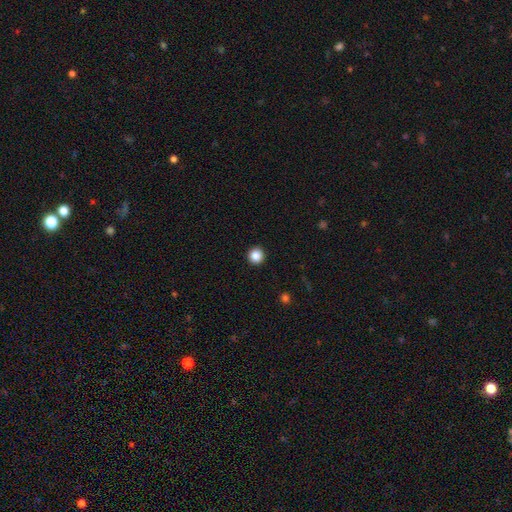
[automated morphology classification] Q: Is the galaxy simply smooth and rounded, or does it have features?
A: smooth — 86%.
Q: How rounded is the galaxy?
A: round — 96%.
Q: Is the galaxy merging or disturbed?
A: none — 94%.